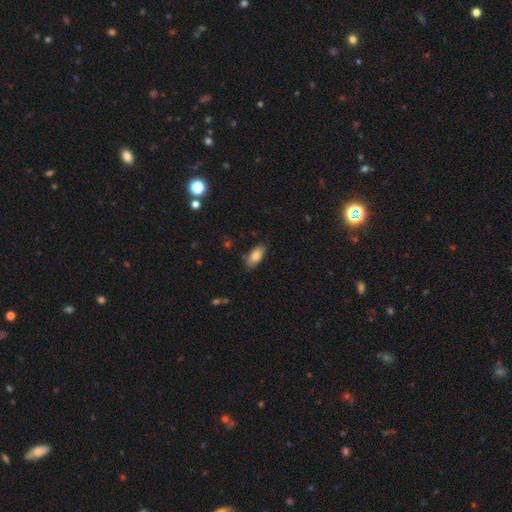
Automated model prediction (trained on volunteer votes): This is clearly a smooth galaxy (80%). How rounded: clearly in between (88%). Merging: clearly none (81%).